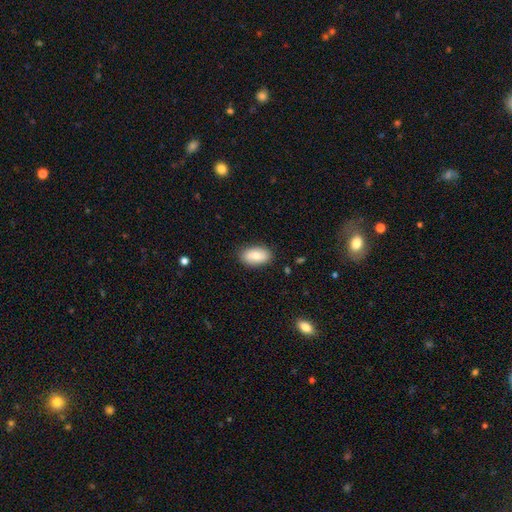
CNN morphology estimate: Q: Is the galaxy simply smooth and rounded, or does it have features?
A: smooth — 81%.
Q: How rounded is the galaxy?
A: in between — 93%.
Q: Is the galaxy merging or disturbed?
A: none — 85%.